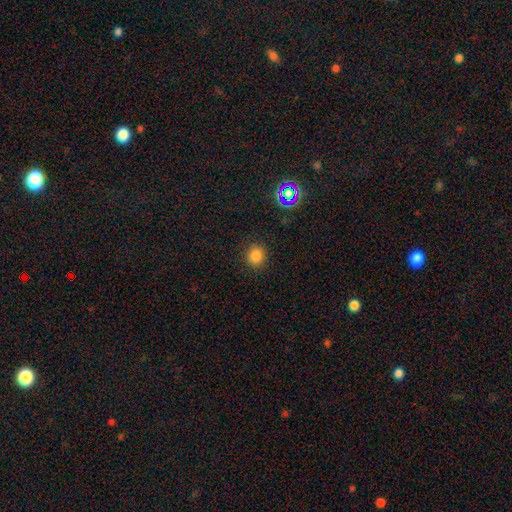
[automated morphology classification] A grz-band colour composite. It shows a smooth galaxy with no disk features (82%) that is round (83%). Merging: none (89%).